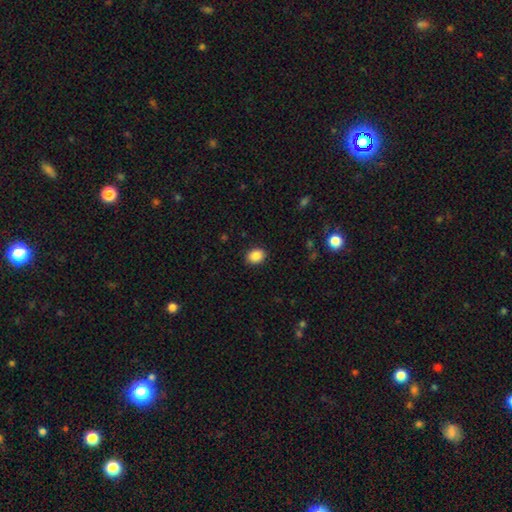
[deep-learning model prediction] Smooth or featured? Predicted: smooth (p=0.88). How rounded? Predicted: in between (p=0.58). Merging? Predicted: none (p=0.90).